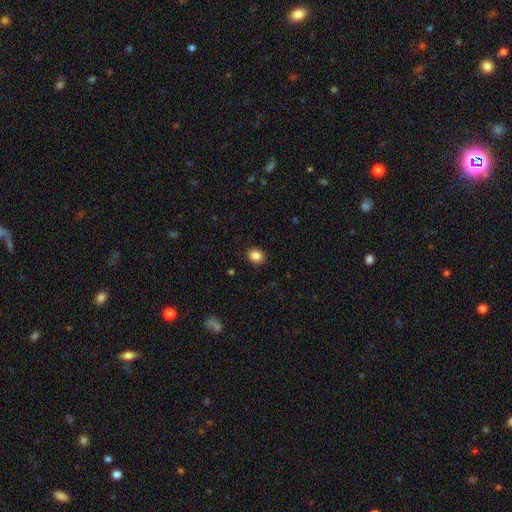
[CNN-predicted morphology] The model was most divided on "how rounded": round: 59%, in between: 40%, cigar-shaped: 1%. More confident: merging — none (90%); smooth or featured — smooth (86%).